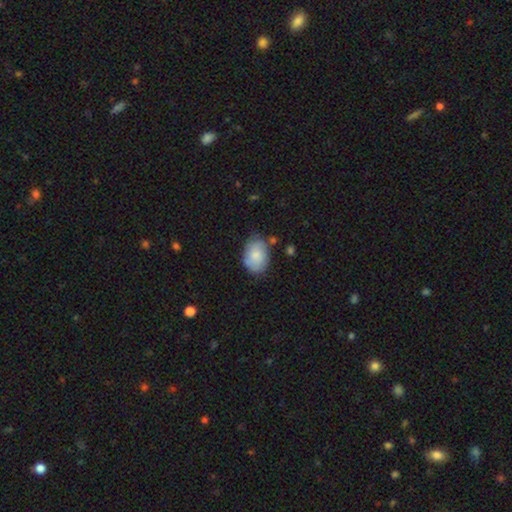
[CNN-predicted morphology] This appears to be a smooth galaxy with no disk features (74%) that is in between round and cigar-shaped (80%). Merging: none (65%).